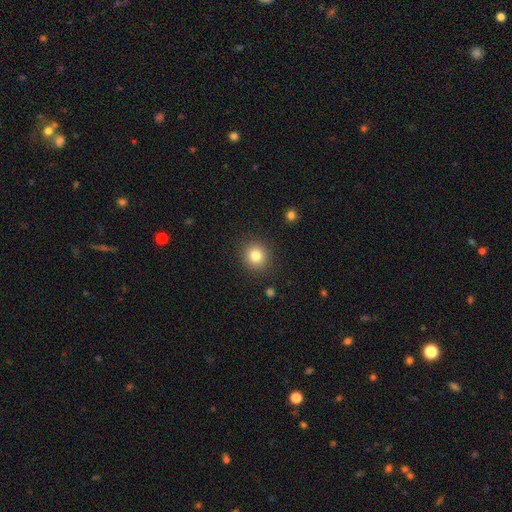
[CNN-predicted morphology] A smooth galaxy with no disk features (81%) that is round (91%).

Vote fractions:
- Smooth or featured? smooth: 81% / star or artifact: 11% / featured or disk: 7%
- How rounded? round: 91% / in between: 8% / cigar-shaped: 1%
- Merging? none: 90% / minor disturbance: 6% / major disturbance: 2% / merger: 1%